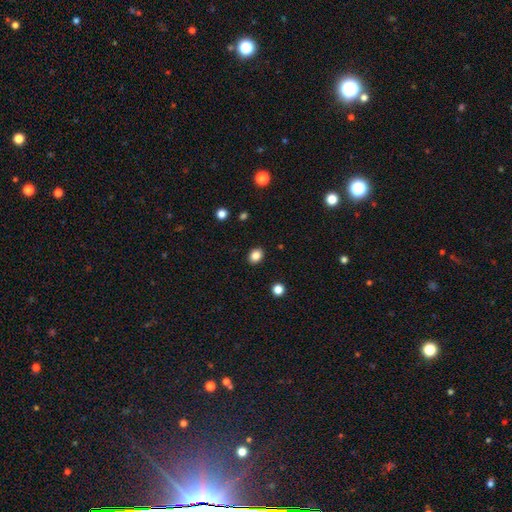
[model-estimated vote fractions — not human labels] Smooth or featured?
  - smooth: 85% *
  - star or artifact: 10%
  - featured or disk: 4%
How rounded?
  - in between: 55% *
  - round: 45%
  - cigar-shaped: 1%
Merging?
  - none: 90% *
  - minor disturbance: 7%
  - major disturbance: 2%
  - merger: 1%